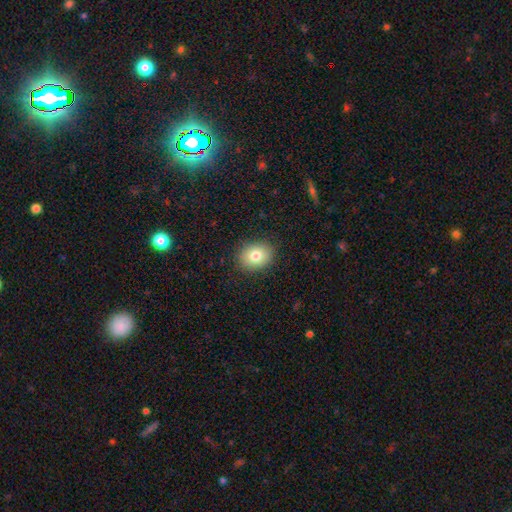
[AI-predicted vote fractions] smooth-or-featured: smooth: 80% | featured or disk: 11% | star or artifact: 10%
  how-rounded: in between: 53% | round: 46% | cigar-shaped: 1%
  merging: none: 88% | minor disturbance: 9% | major disturbance: 2% | merger: 1%